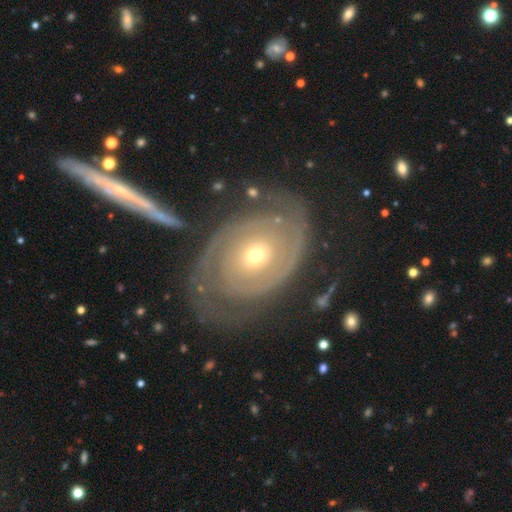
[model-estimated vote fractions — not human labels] smooth_or_featured: featured or disk (p=0.82) [alt: smooth p=0.12]
disk_edge_on: no (p=0.96) [alt: yes p=0.04]
bar: no (p=0.80) [alt: weak p=0.15]
has_spiral_arms: yes (p=0.85) [alt: no p=0.15]
spiral_winding: tight (p=0.67) [alt: medium p=0.23]
spiral_arm_count: 2 (p=0.62) [alt: can't tell p=0.20]
bulge_size: small (p=0.62) [alt: moderate p=0.34]
merging: none (p=0.65) [alt: minor disturbance p=0.18]